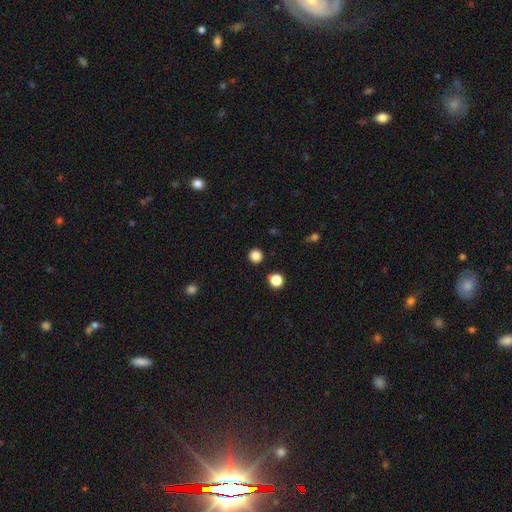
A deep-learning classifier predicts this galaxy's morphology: Overall: smooth (84%). How rounded: round (94%). Merging: none (92%).